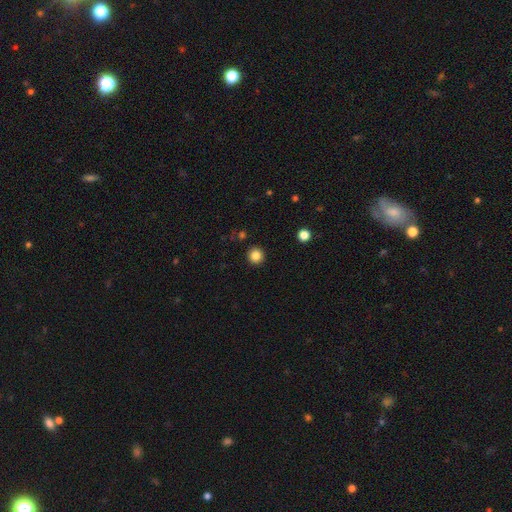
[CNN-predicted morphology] smooth-or-featured: smooth: 84% | star or artifact: 11% | featured or disk: 5%
  how-rounded: round: 95% | in between: 4% | cigar-shaped: 1%
  merging: none: 93% | minor disturbance: 5% | major disturbance: 2% | merger: 1%